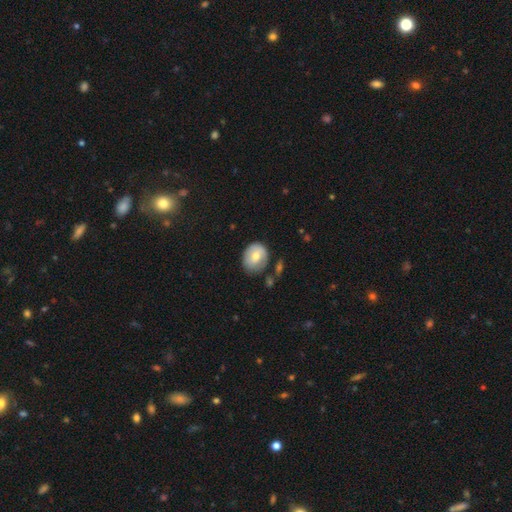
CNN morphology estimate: Smooth or featured: smooth — 64% (featured or disk — 29%)
How rounded: round — 63% (in between — 36%)
Merging: none — 66% (minor disturbance — 23%)